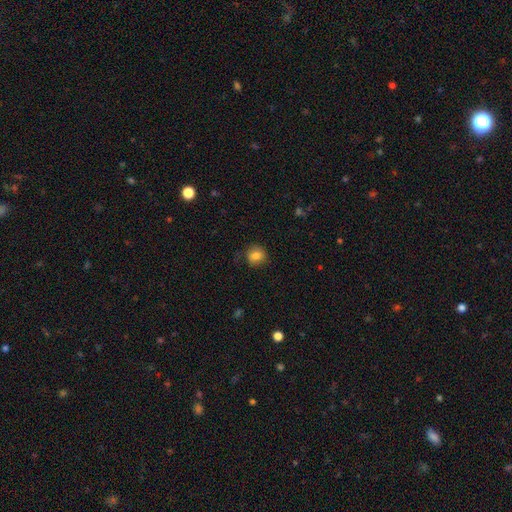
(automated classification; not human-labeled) A smooth galaxy with no disk features (81%) that is round (81%). Merging: none (79%).